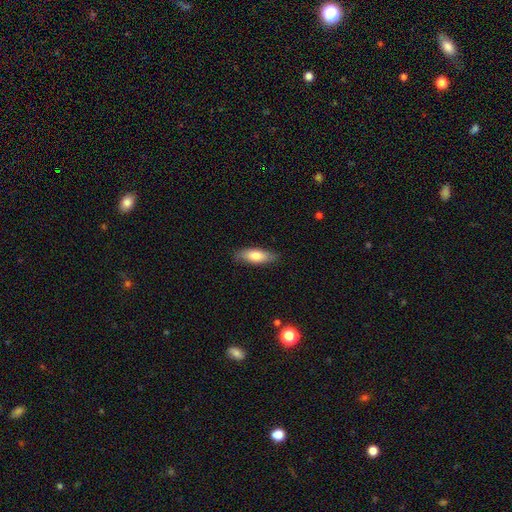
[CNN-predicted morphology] The model was most divided on "how rounded": in between: 66%, cigar-shaped: 32%, round: 2%. More confident: merging — none (84%); smooth or featured — smooth (75%).